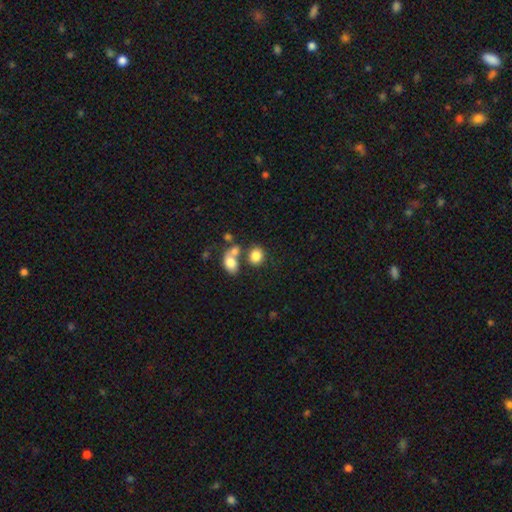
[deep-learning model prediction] Smooth or featured: smooth — 82% (star or artifact — 10%)
How rounded: round — 59% (in between — 39%)
Merging: none — 55% (merger — 29%)